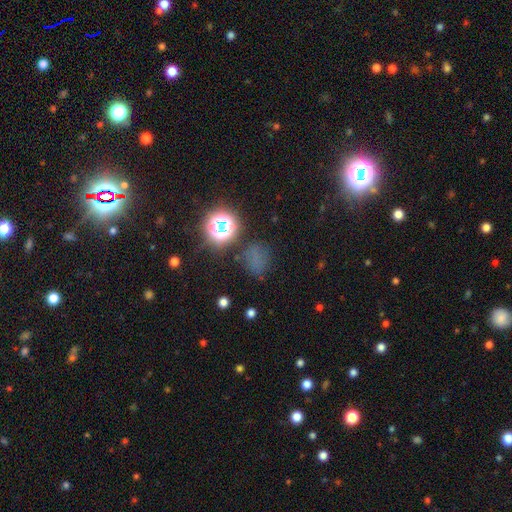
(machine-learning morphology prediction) Q: Smooth or featured?
A: smooth (50%); runner-up: star or artifact (42%)
Q: How rounded?
A: round (60%); runner-up: in between (38%)
Q: Merging?
A: none (72%); runner-up: minor disturbance (16%)